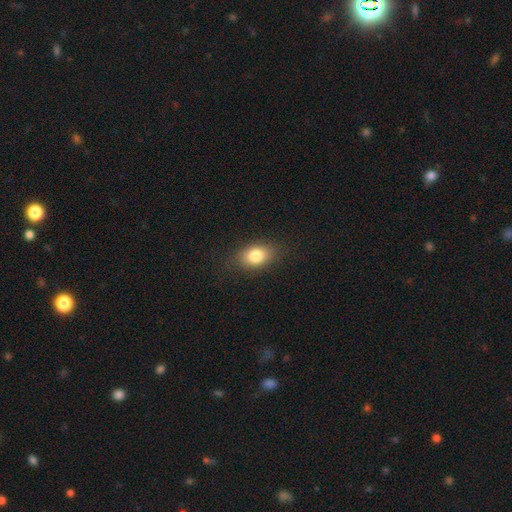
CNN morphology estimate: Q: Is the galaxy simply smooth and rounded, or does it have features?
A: smooth — 81%.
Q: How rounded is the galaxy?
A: in between — 79%.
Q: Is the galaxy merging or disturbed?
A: none — 84%.